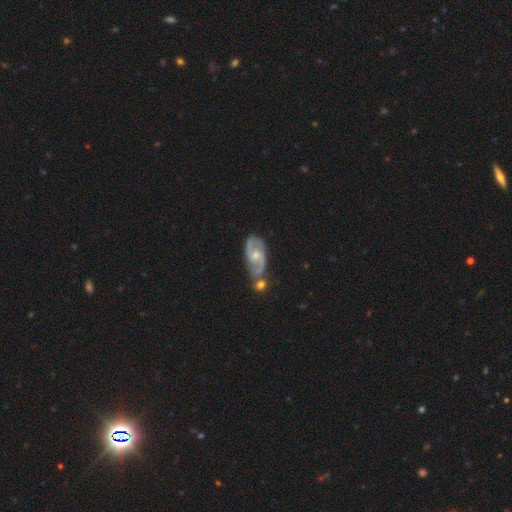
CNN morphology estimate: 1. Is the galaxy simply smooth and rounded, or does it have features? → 83% featured or disk, 11% smooth, 5% star or artifact.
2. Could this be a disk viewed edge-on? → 96% no, 4% yes.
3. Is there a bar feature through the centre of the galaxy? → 53% no, 40% weak, 7% strong.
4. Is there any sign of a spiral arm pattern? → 95% yes, 5% no.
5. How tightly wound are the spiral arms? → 54% medium, 26% tight, 19% loose.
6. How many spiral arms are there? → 89% 2, 5% can't tell, 2% 3, 2% 1, 1% 4, 1% more than 4.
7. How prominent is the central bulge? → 48% small, 46% moderate, 2% none, 2% large, 1% dominant.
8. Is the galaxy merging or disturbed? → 57% none, 19% merger, 18% minor disturbance, 5% major disturbance.